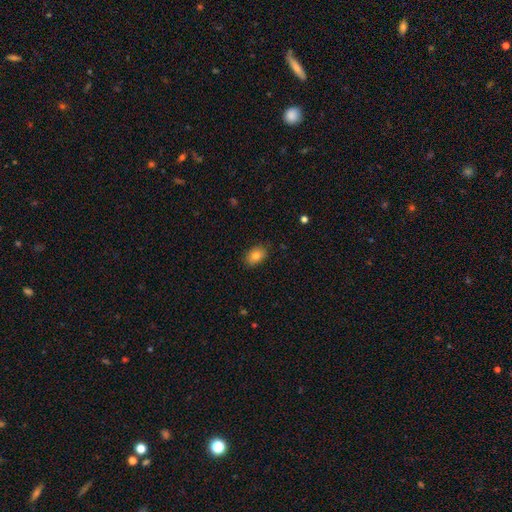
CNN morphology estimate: smooth 82%, featured or disk 9%, star or artifact 8%. Down the decision tree: how rounded — in between (83%); merging — none (85%).